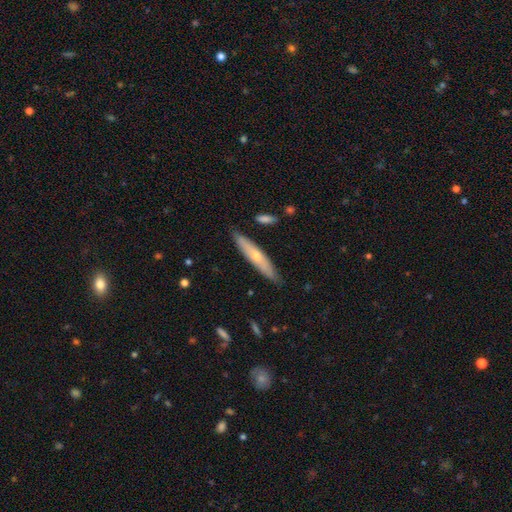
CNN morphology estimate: Smooth or featured? Predicted: smooth (p=0.49). Merging? Predicted: none (p=0.84).